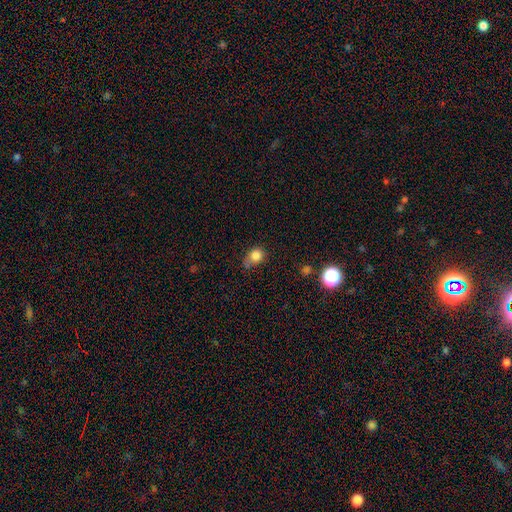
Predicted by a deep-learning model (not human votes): smooth_or_featured: smooth (p=0.82) [alt: star or artifact p=0.12]
how_rounded: round (p=0.66) [alt: in between p=0.33]
merging: none (p=0.54) [alt: minor disturbance p=0.32]